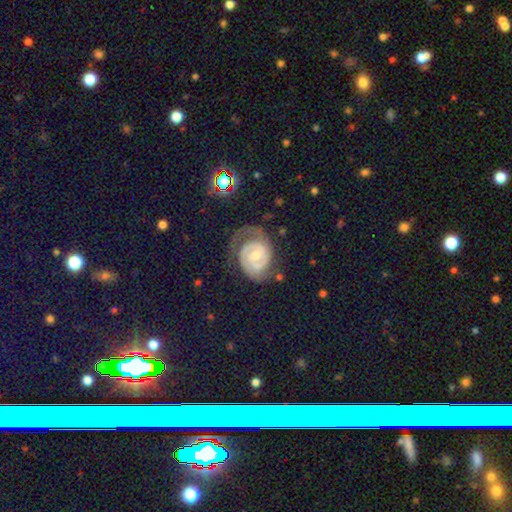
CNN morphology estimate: featured or disk 85%, smooth 10%, star or artifact 6%. Down the decision tree: edge-on disk — no (98%); bar — no (45%); spiral arms — yes (95%); spiral arm count — 2 (63%); spiral winding — tight (59%); bulge size — small (47%, tied with moderate); merging — none (53%).